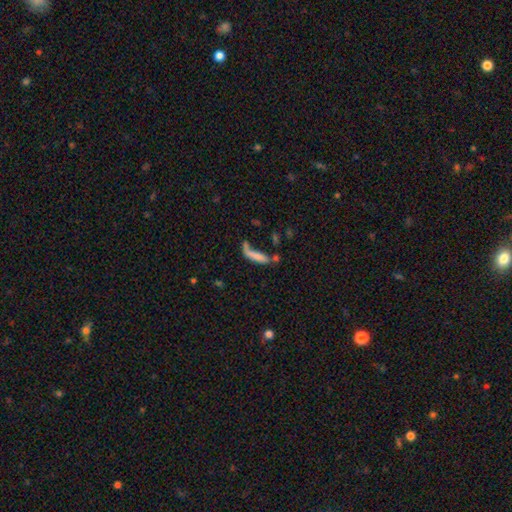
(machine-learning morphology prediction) Q: Smooth or featured?
A: smooth (68%); runner-up: featured or disk (22%)
Q: How rounded?
A: cigar-shaped (68%); runner-up: in between (29%)
Q: Merging?
A: none (36%); runner-up: merger (26%)